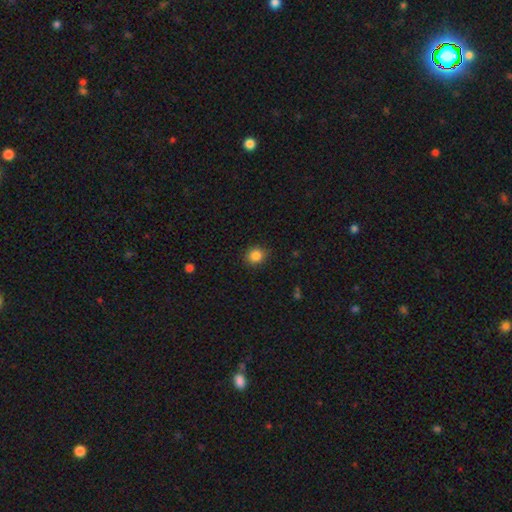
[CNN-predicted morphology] Overall: smooth (85%). How rounded: round (80%). Merging: none (88%).